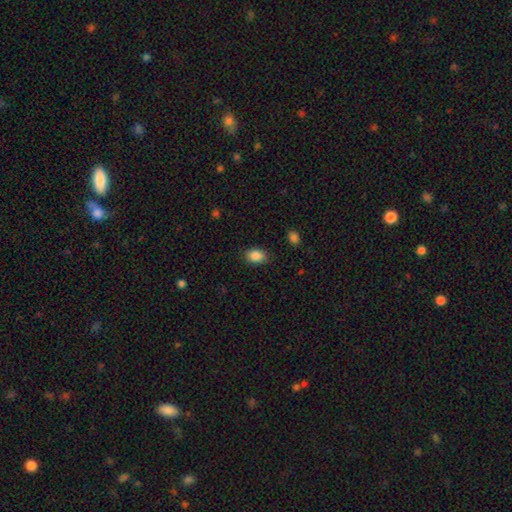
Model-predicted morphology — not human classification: A smooth galaxy with no disk features (88%) that is in between round and cigar-shaped (82%).

Vote fractions:
- Smooth or featured? smooth: 88% / star or artifact: 8% / featured or disk: 4%
- How rounded? in between: 82% / round: 17% / cigar-shaped: 1%
- Merging? none: 85% / minor disturbance: 11% / major disturbance: 3% / merger: 1%